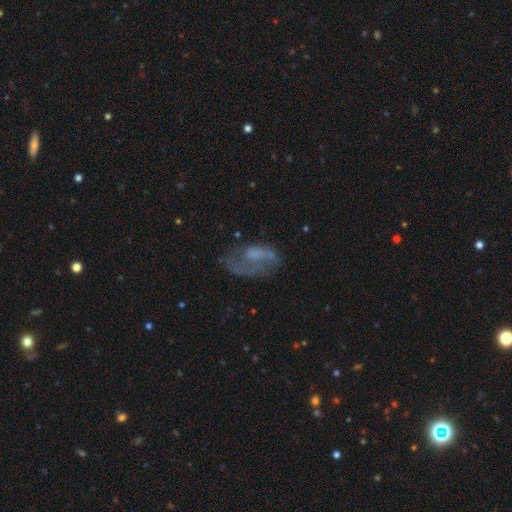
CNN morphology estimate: Smooth or featured: featured or disk — 54% (smooth — 35%)
Edge-on disk: no — 95% (yes — 5%)
Bar: no — 69% (weak — 26%)
Spiral arms: yes — 53% (no — 47%)
Bulge size: none — 49% (moderate — 21%)
Merging: none — 42% (major disturbance — 32%)